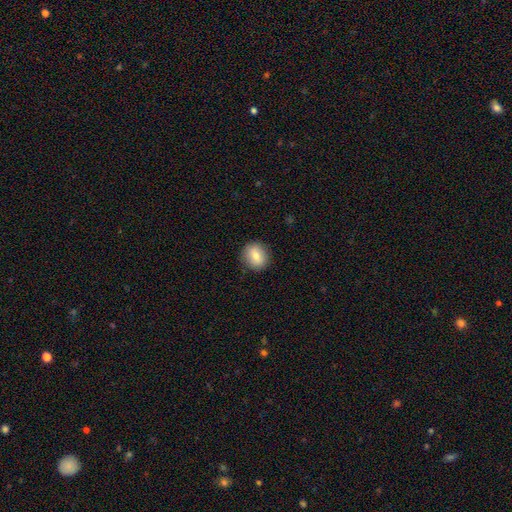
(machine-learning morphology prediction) Smooth or featured? smooth (79%)
How rounded? round (73%)
Merging? none (88%)